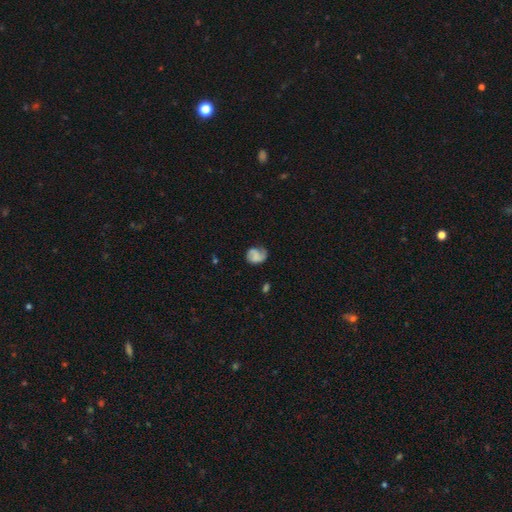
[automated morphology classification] This appears to be a smooth galaxy with no disk features (50%) that is round (57%). Merging: none (51%).